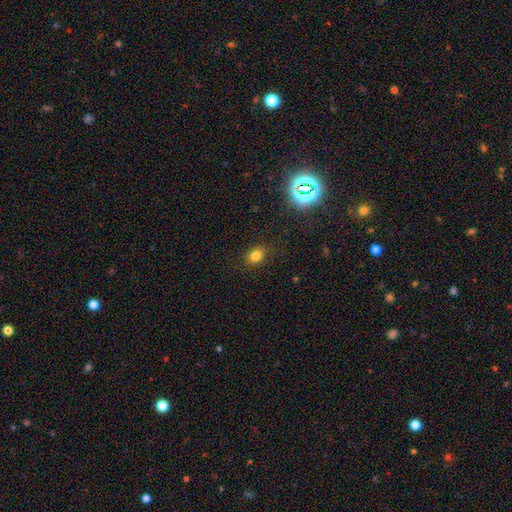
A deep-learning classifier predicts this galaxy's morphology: Smooth or featured? smooth (78%)
How rounded? round (52%)
Merging? none (84%)